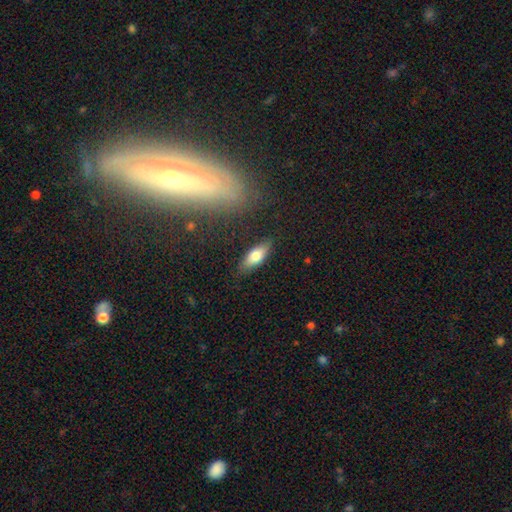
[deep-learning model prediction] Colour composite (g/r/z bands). It shows a smooth galaxy with no disk features (72%) that is in between round and cigar-shaped (73%). Merging: none (85%).